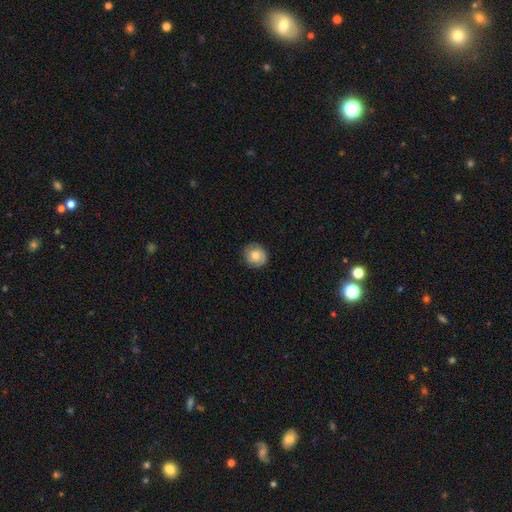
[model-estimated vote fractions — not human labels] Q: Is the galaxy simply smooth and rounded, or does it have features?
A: smooth — 68%.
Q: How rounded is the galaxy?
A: round — 83%.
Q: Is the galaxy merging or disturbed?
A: none — 81%.